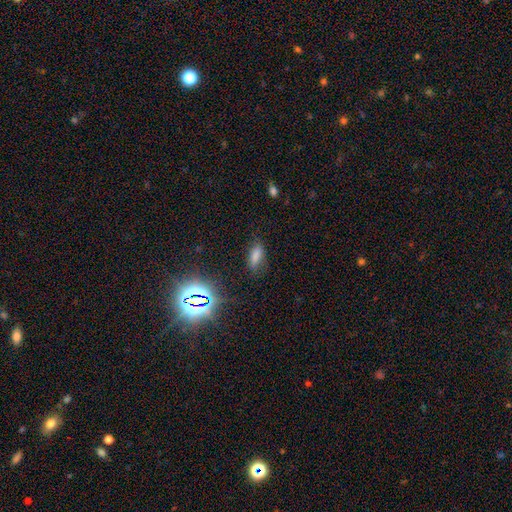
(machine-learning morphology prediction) Overall: smooth (74%). How rounded: in between (72%). Merging: none (75%).